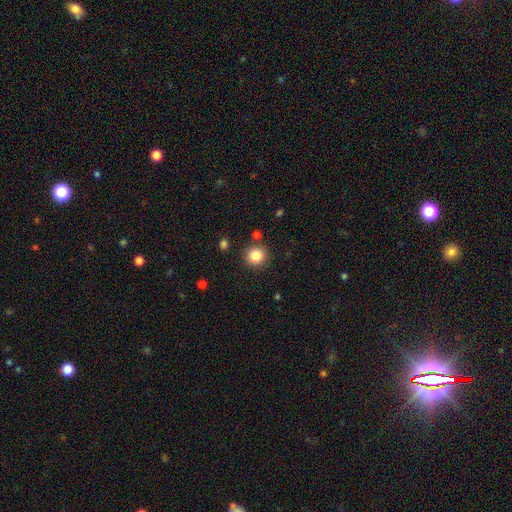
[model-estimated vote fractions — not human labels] Overall: smooth (84%). How rounded: round (93%). Merging: none (86%).